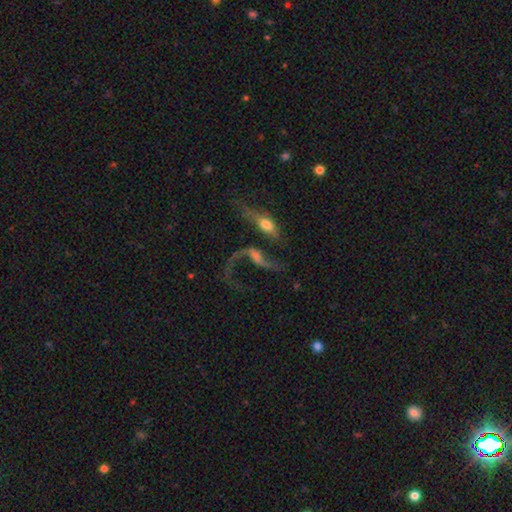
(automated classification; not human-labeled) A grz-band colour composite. It shows a featured or disk galaxy (72%) with no bar (54%), spiral arms (78%) and a small central bulge (36%). Merging: none (32%, tied with merger).